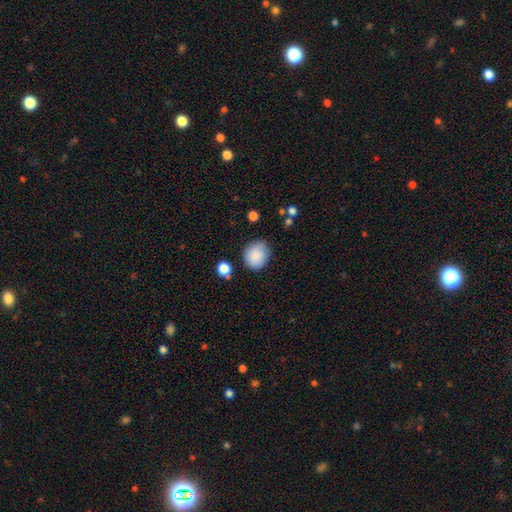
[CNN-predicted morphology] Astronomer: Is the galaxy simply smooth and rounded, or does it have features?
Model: smooth — 86%.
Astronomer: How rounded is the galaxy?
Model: round — 66%.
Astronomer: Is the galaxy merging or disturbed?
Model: none — 76%.